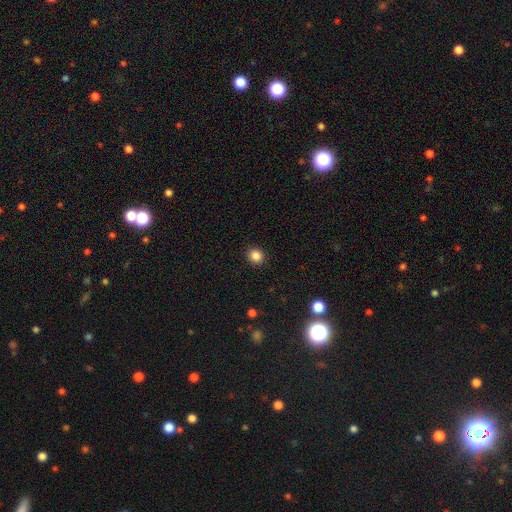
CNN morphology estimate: This is clearly a smooth galaxy (85%). How rounded: clearly round (89%). Merging: clearly none (92%).